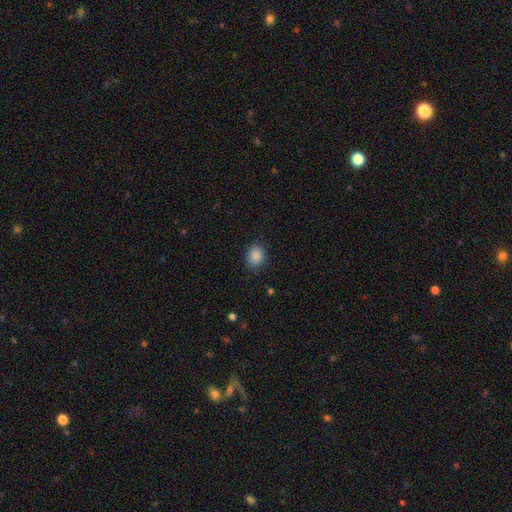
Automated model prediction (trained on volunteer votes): Smooth or featured: smooth — 88% (star or artifact — 9%)
How rounded: round — 57% (in between — 42%)
Merging: none — 83% (minor disturbance — 13%)